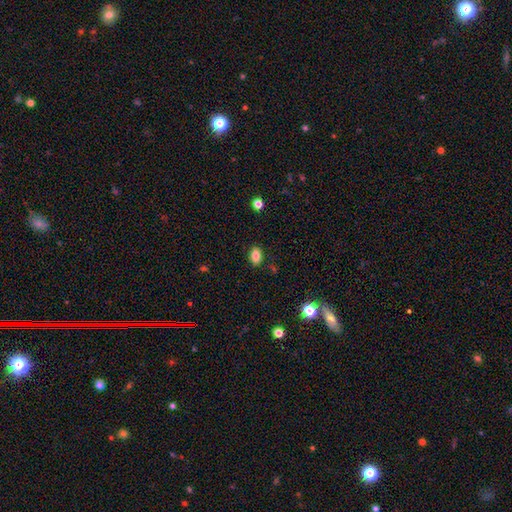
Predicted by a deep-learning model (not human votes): A smooth galaxy with no disk features (83%) that is in between round and cigar-shaped (86%).

Vote fractions:
- Smooth or featured? smooth: 83% / star or artifact: 10% / featured or disk: 7%
- How rounded? in between: 86% / round: 11% / cigar-shaped: 2%
- Merging? none: 87% / minor disturbance: 10% / major disturbance: 2% / merger: 2%